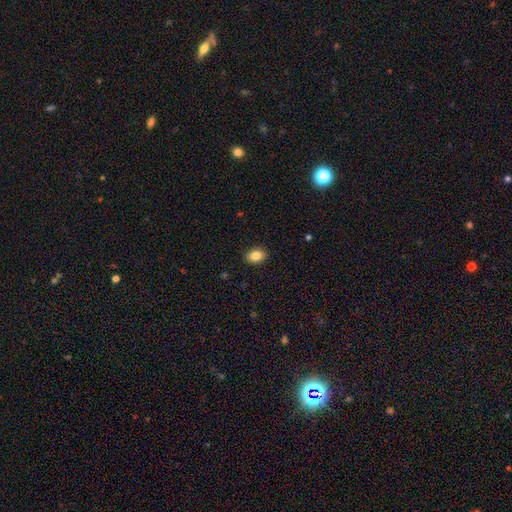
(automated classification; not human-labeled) Smooth or featured? smooth (85%)
How rounded? in between (73%)
Merging? none (89%)